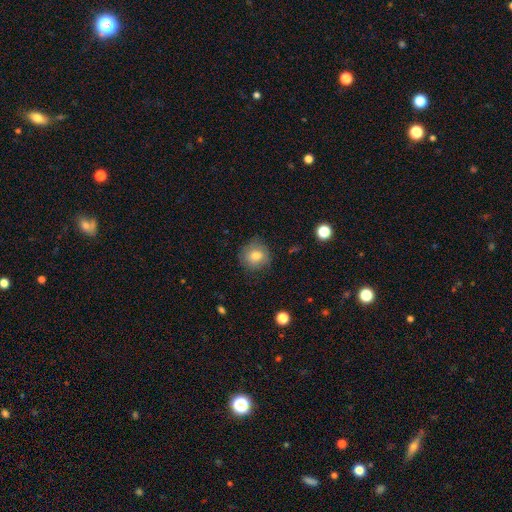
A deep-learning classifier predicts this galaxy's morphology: smooth-or-featured: smooth: 78% | featured or disk: 13% | star or artifact: 9%
  how-rounded: round: 88% | in between: 11% | cigar-shaped: 1%
  merging: none: 79% | minor disturbance: 15% | major disturbance: 4% | merger: 1%